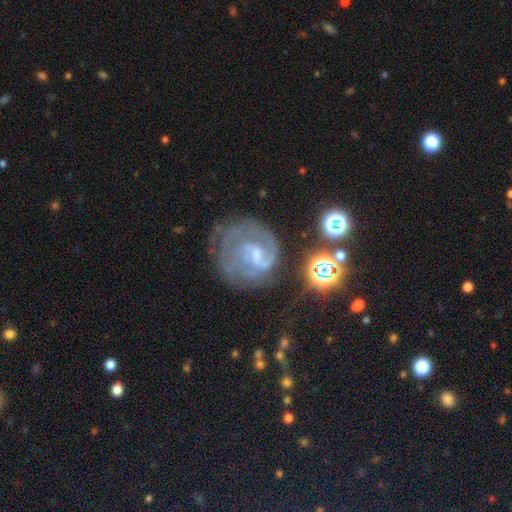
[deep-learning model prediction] Smooth or featured? Predicted: featured or disk (p=0.74). Edge-on disk? Predicted: no (p=0.98). Bar? Predicted: weak (p=0.49). Spiral arms? Predicted: yes (p=0.82). Spiral winding? Predicted: tight (p=0.48). Spiral arm count? Predicted: can't tell (p=0.36). Bulge size? Predicted: small (p=0.39). Merging? Predicted: none (p=0.50).